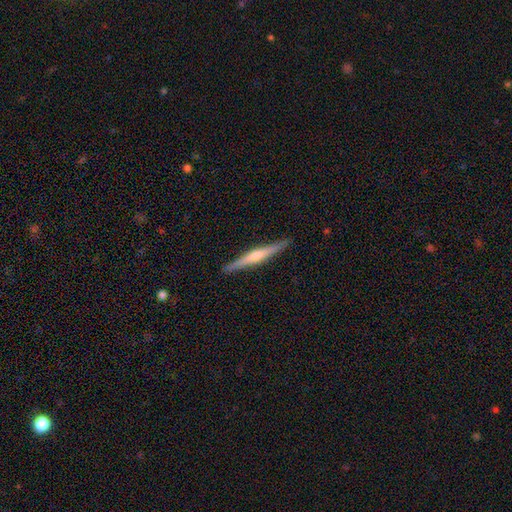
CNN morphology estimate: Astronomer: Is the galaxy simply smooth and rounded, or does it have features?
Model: featured or disk — 75%.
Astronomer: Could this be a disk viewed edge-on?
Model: yes — 98%.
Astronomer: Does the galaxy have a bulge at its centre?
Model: rounded — 80%.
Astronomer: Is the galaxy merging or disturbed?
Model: none — 92%.